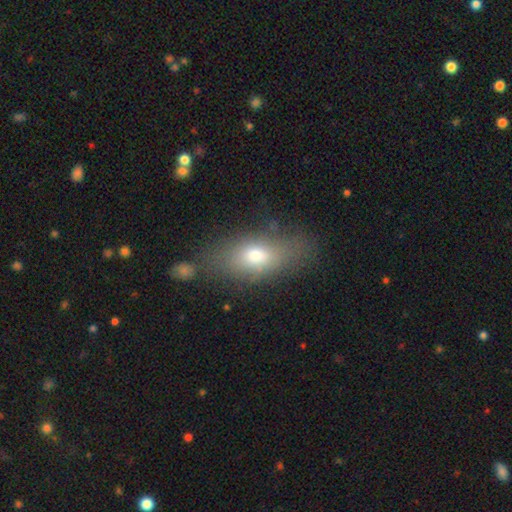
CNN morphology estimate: A smooth galaxy with no disk features (72%) that is in between round and cigar-shaped (80%). Merging: none (64%).